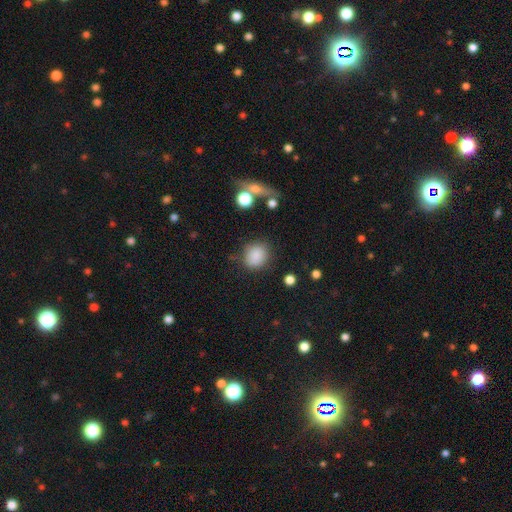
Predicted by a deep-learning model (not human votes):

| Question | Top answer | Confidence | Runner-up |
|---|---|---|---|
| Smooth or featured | smooth | 85% | star or artifact (10%) |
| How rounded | round | 67% | in between (31%) |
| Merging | none | 75% | minor disturbance (16%) |